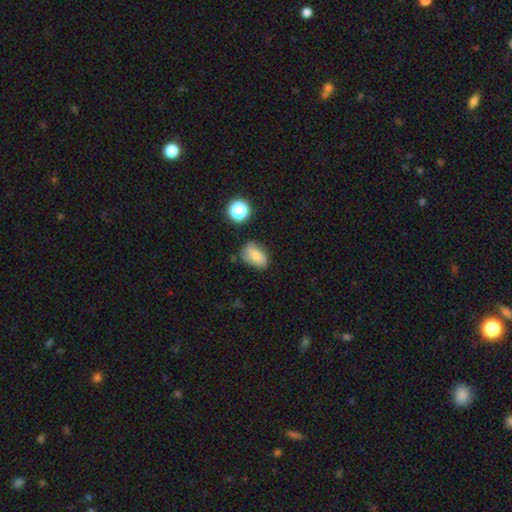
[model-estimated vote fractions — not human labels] Morphology: type=smooth (74%); roundness=in between (83%); merging=none (67%).